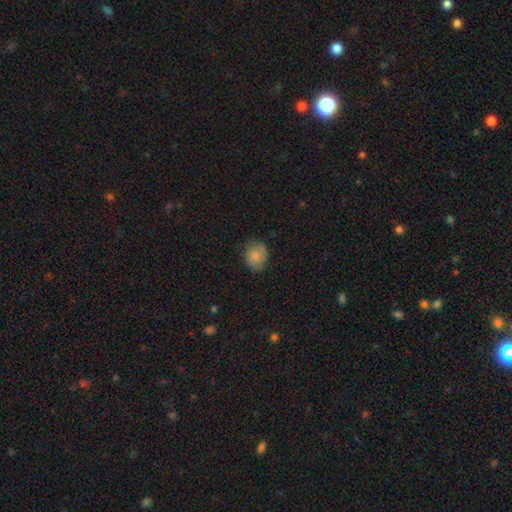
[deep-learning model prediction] Q: Smooth or featured?
A: smooth (79%); runner-up: featured or disk (13%)
Q: How rounded?
A: round (68%); runner-up: in between (31%)
Q: Merging?
A: none (70%); runner-up: minor disturbance (23%)